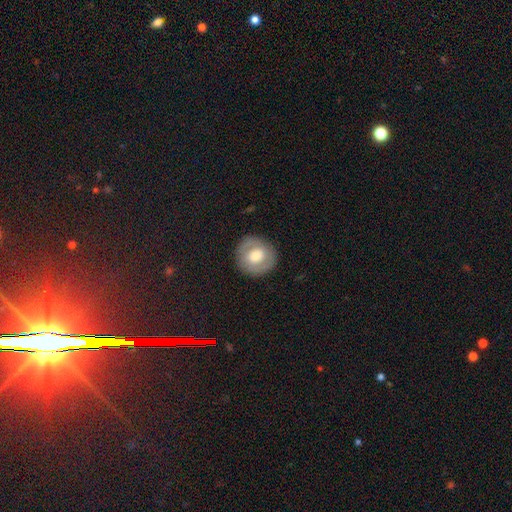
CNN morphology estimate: A featured or disk galaxy (48%).

Vote fractions:
- Smooth or featured? featured or disk: 48% / smooth: 46% / star or artifact: 7%
- Merging? none: 86% / minor disturbance: 9% / major disturbance: 3% / merger: 1%